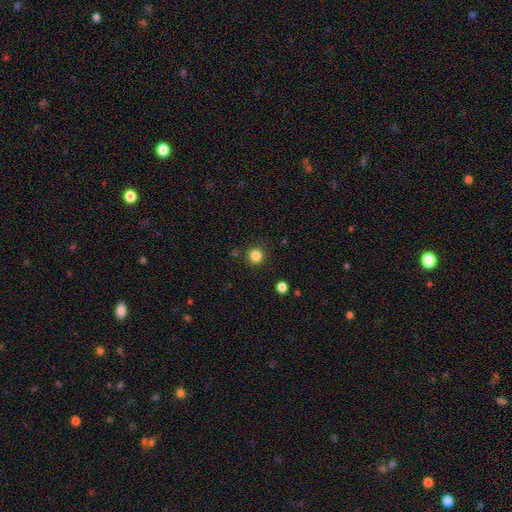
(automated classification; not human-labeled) The model was most divided on "smooth or featured": smooth: 84%, star or artifact: 12%, featured or disk: 4%. More confident: how rounded — round (91%); merging — none (87%).